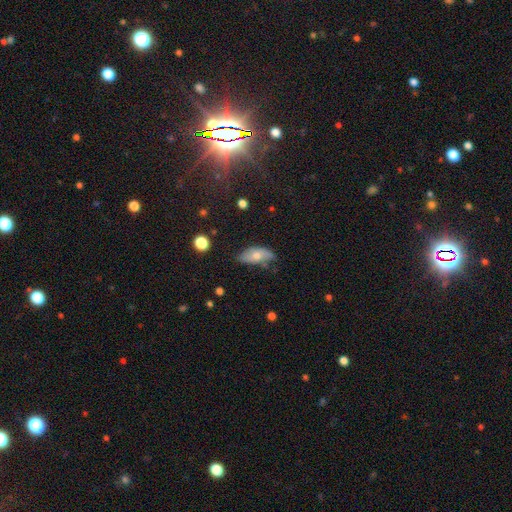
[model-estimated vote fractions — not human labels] smooth 62%, featured or disk 30%, star or artifact 8%. Down the decision tree: how rounded — in between (87%); merging — none (59%).